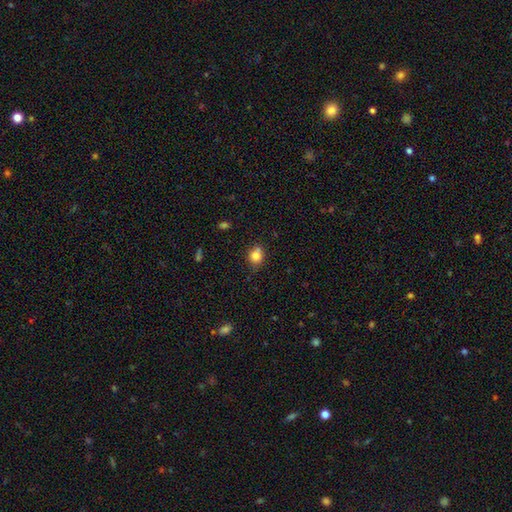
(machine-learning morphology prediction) The model was most divided on "how rounded": round: 69%, in between: 30%, cigar-shaped: 1%. More confident: smooth or featured — smooth (81%); merging — none (66%).